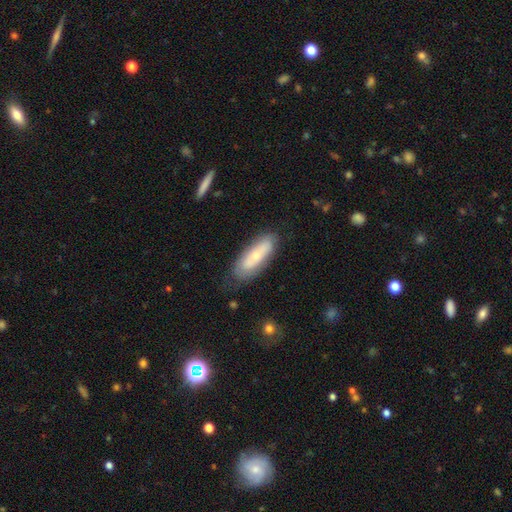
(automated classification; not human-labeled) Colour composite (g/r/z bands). It shows a smooth galaxy with no disk features (51%) that is in between round and cigar-shaped (62%). Merging: none (73%).